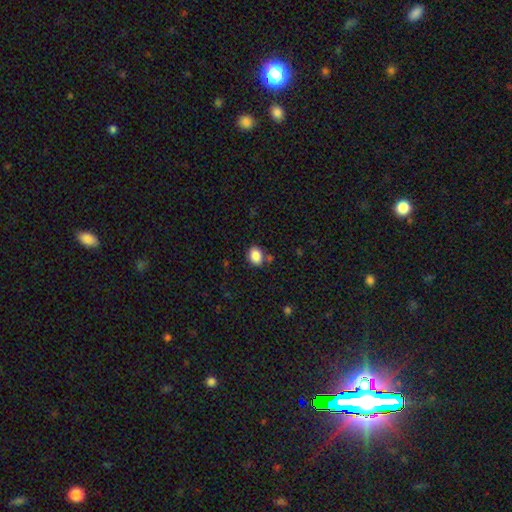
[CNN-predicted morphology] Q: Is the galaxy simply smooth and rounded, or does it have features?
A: smooth — 87%.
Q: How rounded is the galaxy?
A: in between — 57%.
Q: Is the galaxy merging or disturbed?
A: none — 76%.